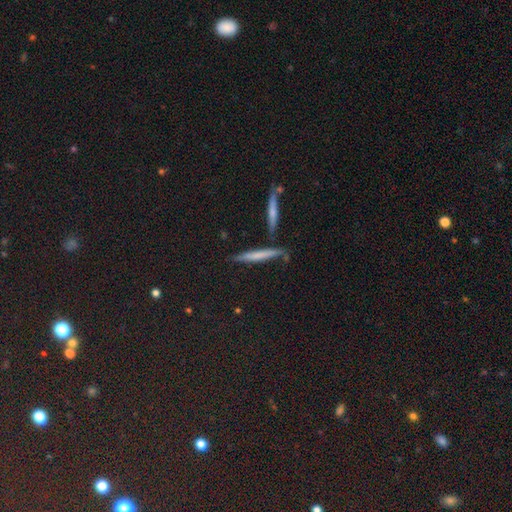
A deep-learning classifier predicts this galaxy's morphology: A smooth galaxy with no disk features (47%).

Vote fractions:
- Smooth or featured? smooth: 47% / featured or disk: 34% / star or artifact: 19%
- Merging? none: 74% / minor disturbance: 14% / merger: 7% / major disturbance: 4%